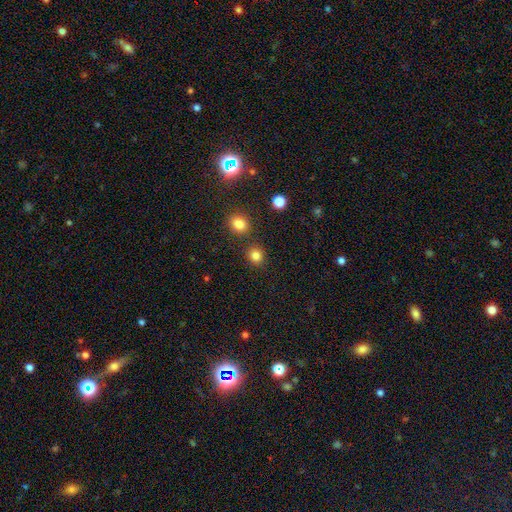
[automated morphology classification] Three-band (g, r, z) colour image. It shows a smooth galaxy with no disk features (82%) that is round (83%). Merging: none (83%).